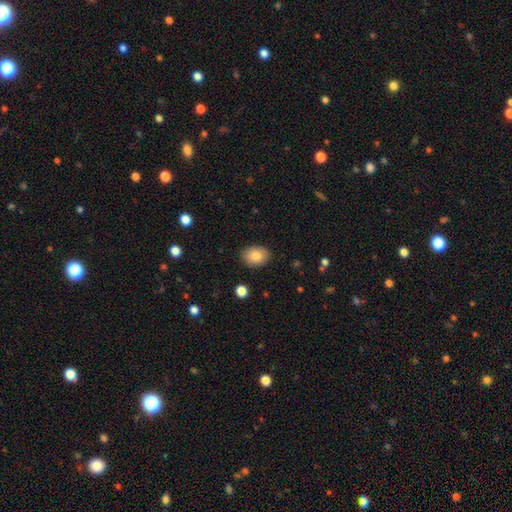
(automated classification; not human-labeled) smooth_or_featured: smooth (p=0.83) [alt: featured or disk p=0.09]
how_rounded: in between (p=0.68) [alt: round p=0.32]
merging: none (p=0.88) [alt: minor disturbance p=0.09]